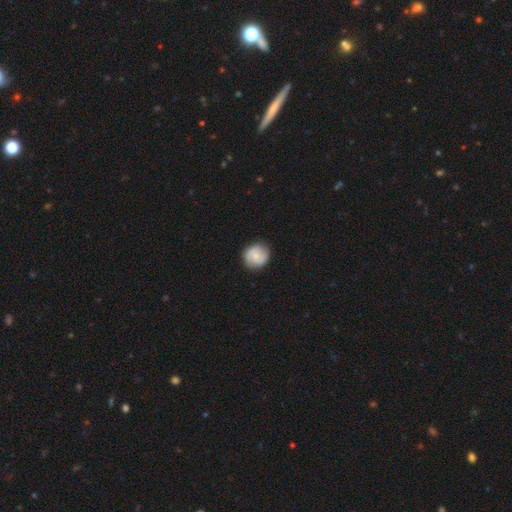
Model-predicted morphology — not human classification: Smooth or featured?
  - smooth: 54% *
  - featured or disk: 39%
  - star or artifact: 7%
How rounded?
  - round: 88% *
  - in between: 11%
  - cigar-shaped: 1%
Merging?
  - none: 86% *
  - minor disturbance: 11%
  - major disturbance: 3%
  - merger: 1%